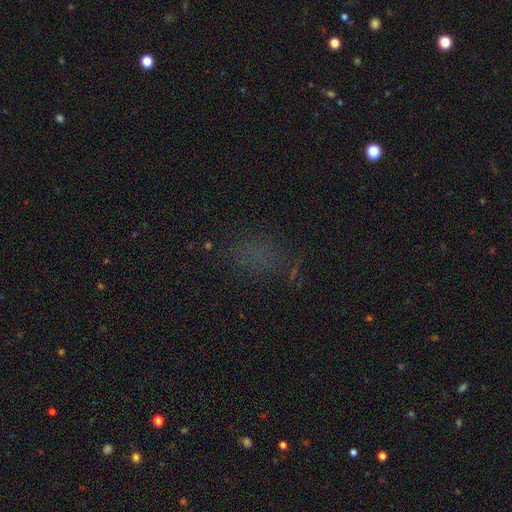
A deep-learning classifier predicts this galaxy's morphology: Overall: smooth (49%; star or artifact 38%). Merging: none (66%).